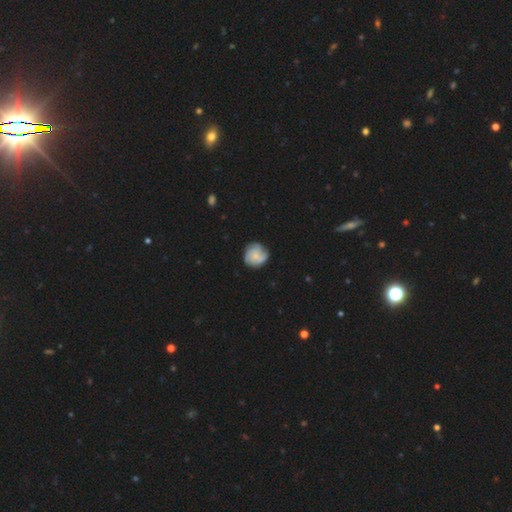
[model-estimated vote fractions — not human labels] smooth_or_featured: smooth (p=0.46) [tied with: featured or disk p=0.46]
merging: none (p=0.70) [alt: minor disturbance p=0.21]